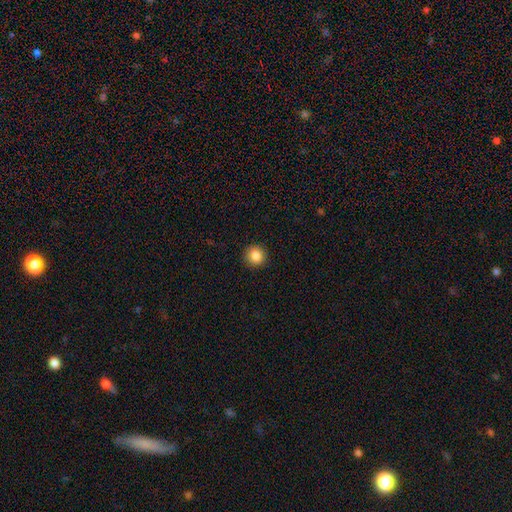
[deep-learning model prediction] A smooth galaxy with no disk features (86%) that is round (91%).

Vote fractions:
- Smooth or featured? smooth: 86% / star or artifact: 10% / featured or disk: 4%
- How rounded? round: 91% / in between: 8% / cigar-shaped: 1%
- Merging? none: 91% / minor disturbance: 6% / major disturbance: 2% / merger: 1%